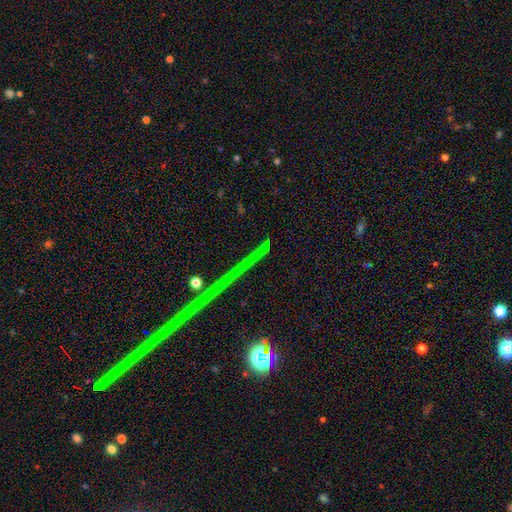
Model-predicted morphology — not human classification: smooth-or-featured: star or artifact: 78% | featured or disk: 13% | smooth: 9%